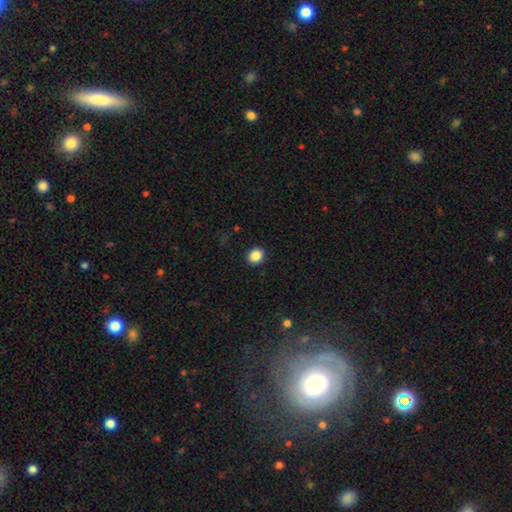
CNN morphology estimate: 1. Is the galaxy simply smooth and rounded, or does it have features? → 87% smooth, 10% star or artifact, 3% featured or disk.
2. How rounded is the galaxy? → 73% round, 26% in between, 1% cigar-shaped.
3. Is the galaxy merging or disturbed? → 91% none, 6% minor disturbance, 2% major disturbance, 1% merger.